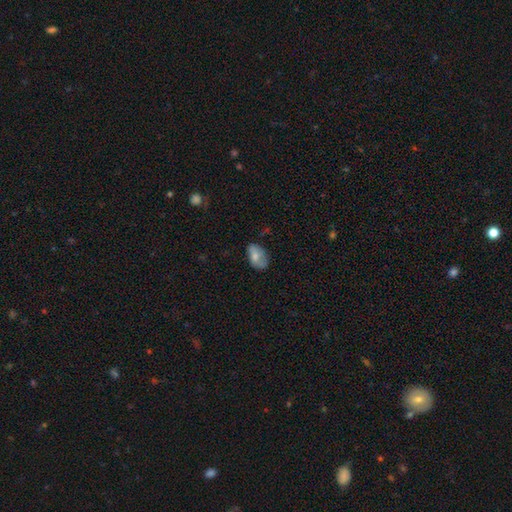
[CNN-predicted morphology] smooth_or_featured: smooth (p=0.67) [alt: featured or disk p=0.25]
how_rounded: in between (p=0.90) [alt: round p=0.09]
merging: none (p=0.56) [alt: minor disturbance p=0.31]